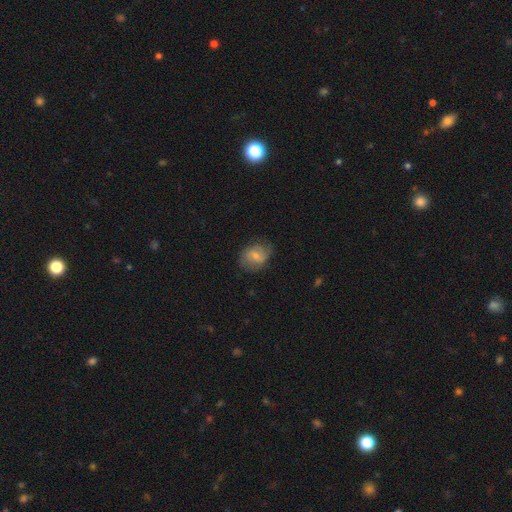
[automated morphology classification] Overall: featured or disk (49%; smooth 43%). Merging: none (68%).